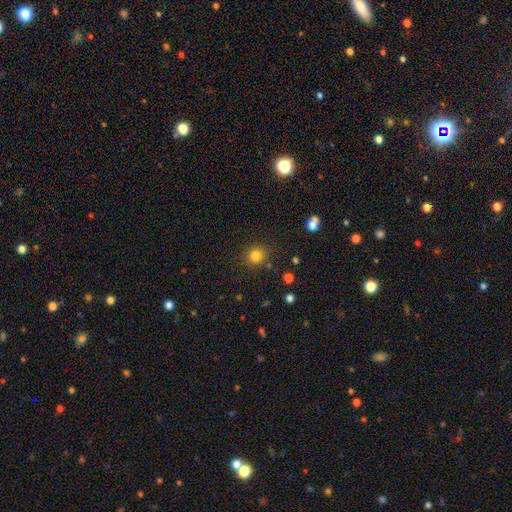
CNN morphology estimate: This is clearly a smooth galaxy (81%). How rounded: clearly round (87%). Merging: clearly none (85%).